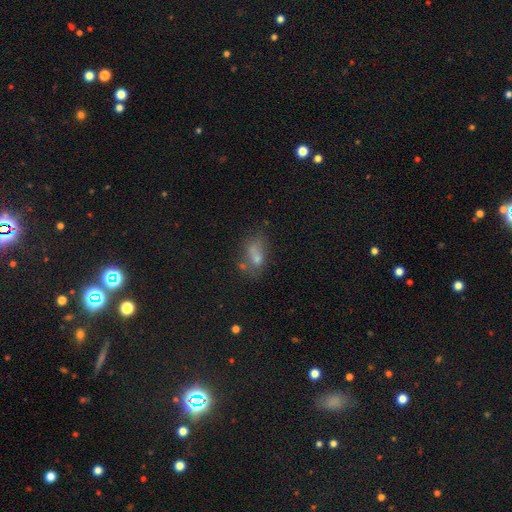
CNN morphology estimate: A smooth galaxy with no disk features (59%) that is in between round and cigar-shaped (80%). Merging: none (34%).